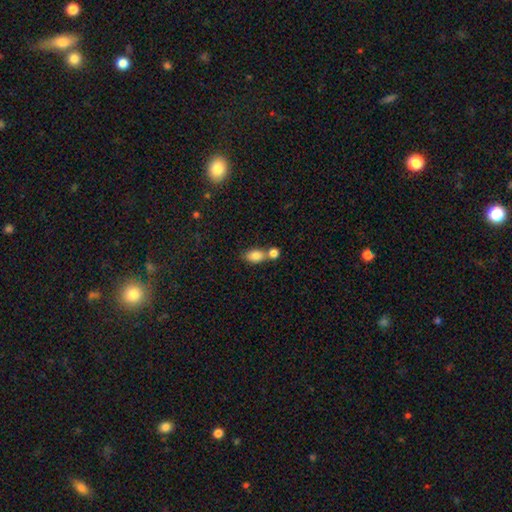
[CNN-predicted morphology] smooth 84%, featured or disk 8%, star or artifact 8%. Down the decision tree: how rounded — in between (82%); merging — merger (45%).